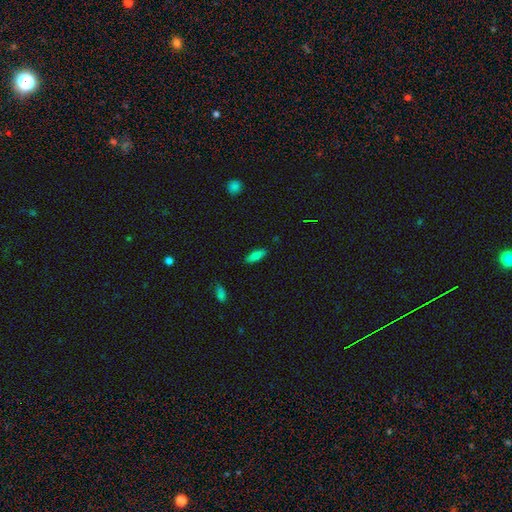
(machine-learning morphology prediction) smooth-or-featured: smooth: 76% | featured or disk: 15% | star or artifact: 9%
  how-rounded: in between: 66% | cigar-shaped: 32% | round: 2%
  merging: none: 85% | minor disturbance: 11% | major disturbance: 2% | merger: 1%